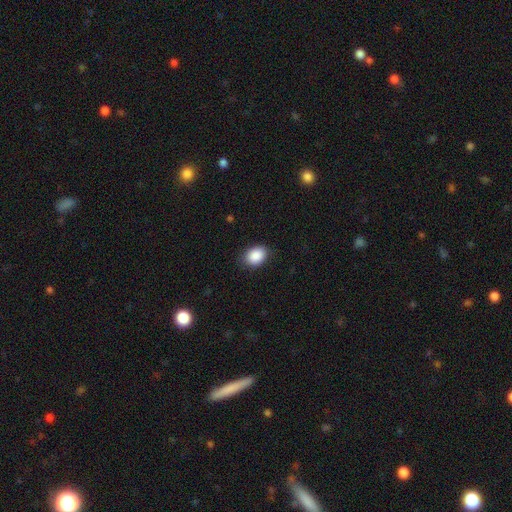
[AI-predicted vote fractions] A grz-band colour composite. It shows a smooth galaxy with no disk features (89%) that is in between round and cigar-shaped (70%). Merging: none (84%).